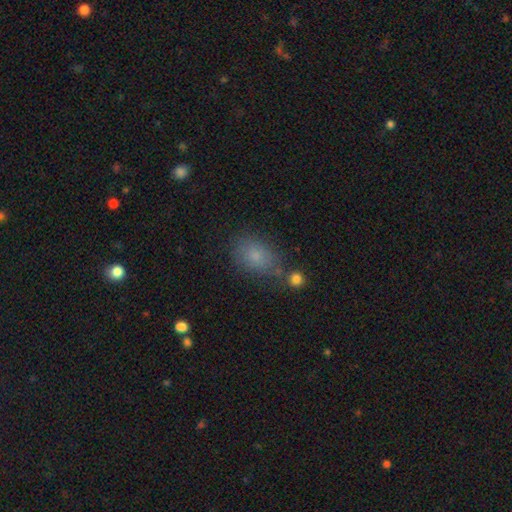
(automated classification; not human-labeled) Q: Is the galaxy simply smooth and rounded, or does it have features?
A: smooth — 80%.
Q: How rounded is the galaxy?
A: in between — 79%.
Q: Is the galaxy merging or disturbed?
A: none — 66%.